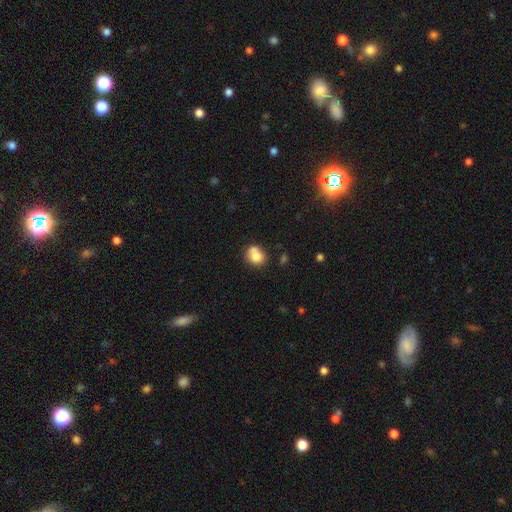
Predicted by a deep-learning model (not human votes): smooth 77%, featured or disk 13%, star or artifact 10%. Down the decision tree: how rounded — round (67%); merging — none (49%).